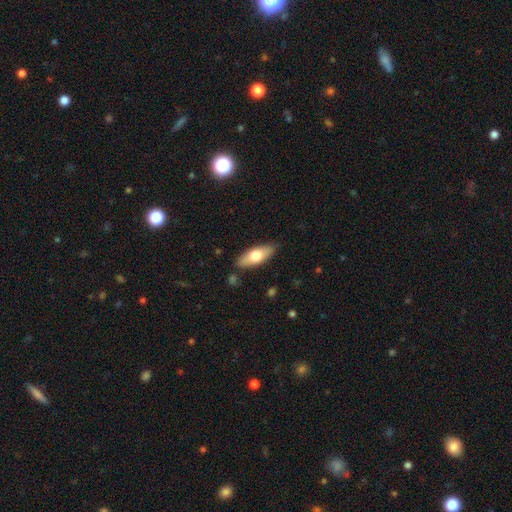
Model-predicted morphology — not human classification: Smooth or featured? Predicted: smooth (p=0.64). How rounded? Predicted: in between (p=0.74). Merging? Predicted: none (p=0.84).